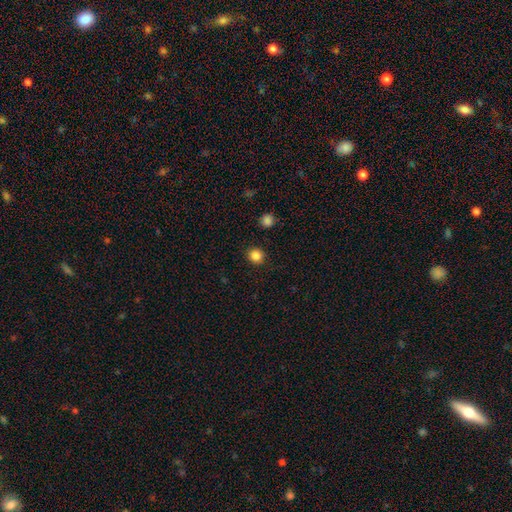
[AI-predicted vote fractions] This appears to be a smooth galaxy with no disk features (84%) that is round (91%). Merging: none (92%).